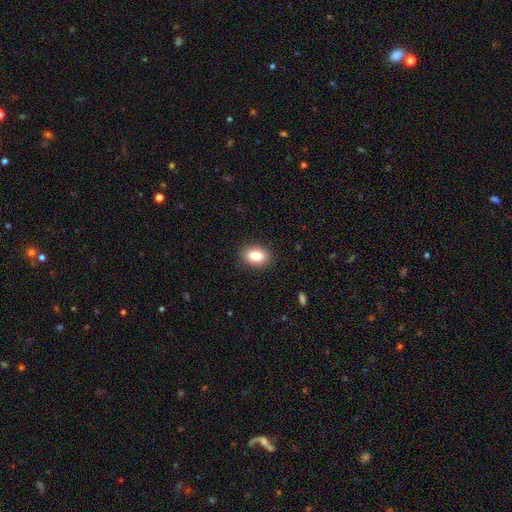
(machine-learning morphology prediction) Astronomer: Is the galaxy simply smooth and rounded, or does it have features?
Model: smooth — 83%.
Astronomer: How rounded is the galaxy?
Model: in between — 79%.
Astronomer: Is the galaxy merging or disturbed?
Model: none — 89%.